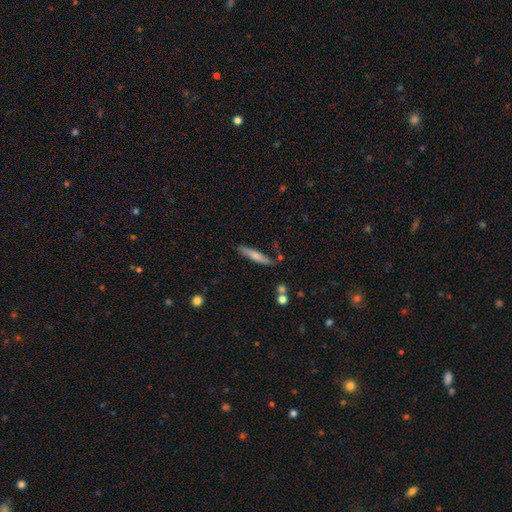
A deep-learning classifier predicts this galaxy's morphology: smooth-or-featured: smooth: 69% | featured or disk: 24% | star or artifact: 6%
  how-rounded: cigar-shaped: 89% | in between: 10% | round: 1%
  merging: none: 78% | minor disturbance: 14% | merger: 5% | major disturbance: 3%